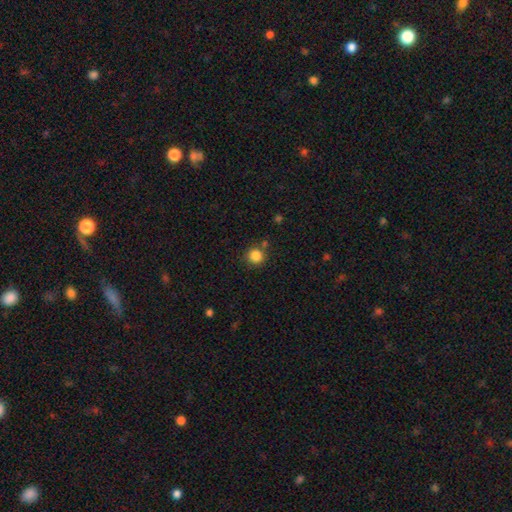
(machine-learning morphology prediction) This appears to be a smooth galaxy with no disk features (85%) that is round (92%). Merging: none (80%).